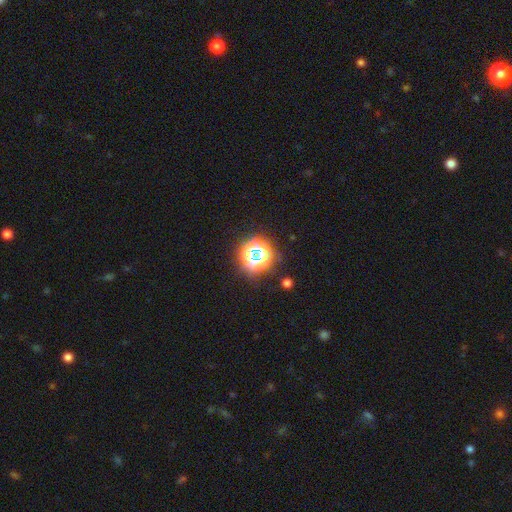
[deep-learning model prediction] This is likely a star or artifact rather than a galaxy (68%).